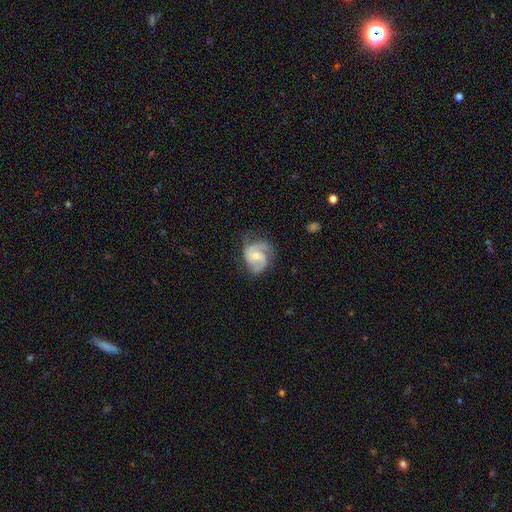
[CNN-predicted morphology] Smooth or featured? featured or disk (82%)
Edge-on disk? no (98%)
Bar? no (59%)
Spiral arms? yes (96%)
Spiral winding? medium (51%)
Spiral arm count? 2 (51%)
Bulge size? small (52%)
Merging? none (64%)